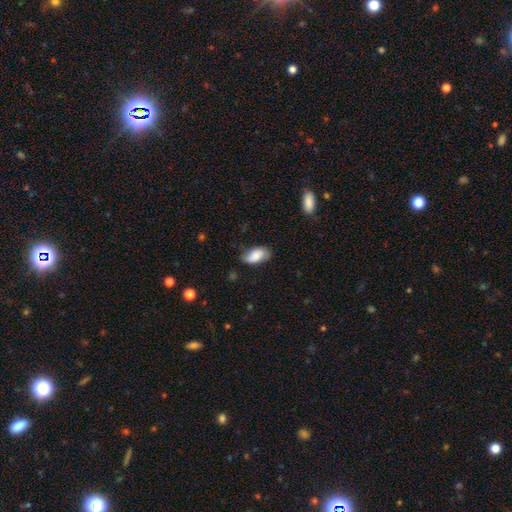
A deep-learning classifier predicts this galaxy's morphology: This is clearly a smooth galaxy (81%). How rounded: clearly in between (94%). Merging: likely none (67%).